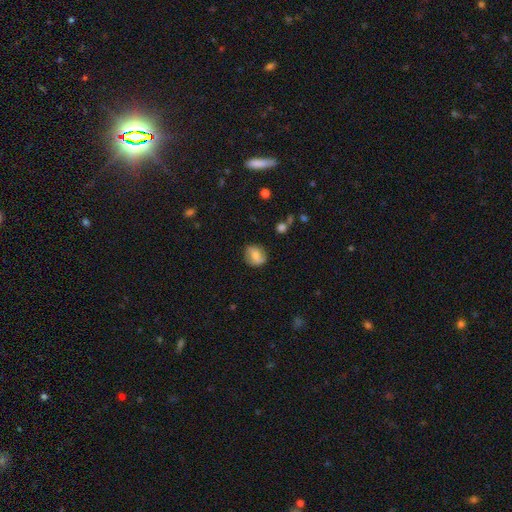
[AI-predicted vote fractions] Smooth or featured? smooth (55%)
How rounded? round (62%)
Merging? none (79%)